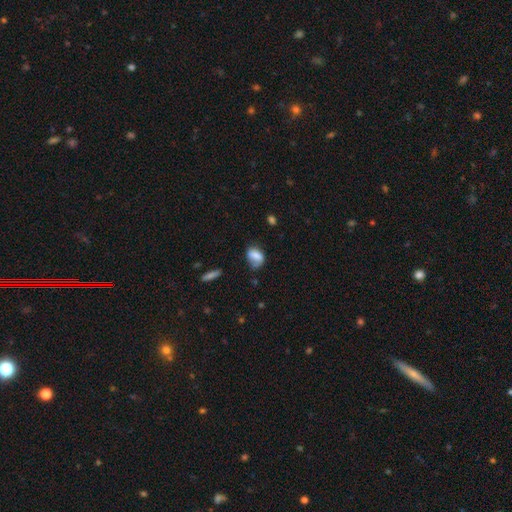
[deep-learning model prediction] Smooth or featured? smooth (72%)
How rounded? in between (77%)
Merging? none (44%)